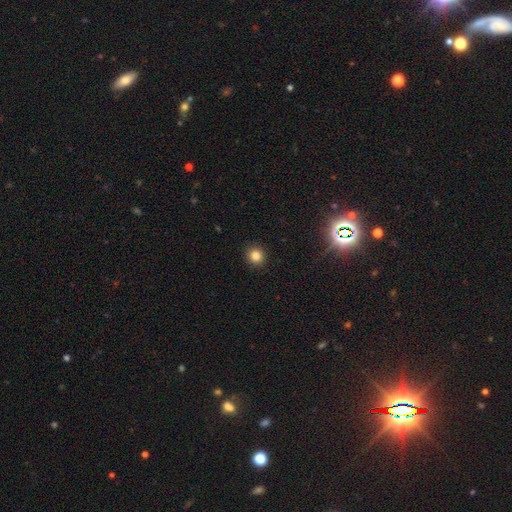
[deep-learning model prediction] smooth-or-featured: smooth: 83% | star or artifact: 12% | featured or disk: 5%
  how-rounded: round: 89% | in between: 11% | cigar-shaped: 1%
  merging: none: 92% | minor disturbance: 5% | major disturbance: 2% | merger: 1%